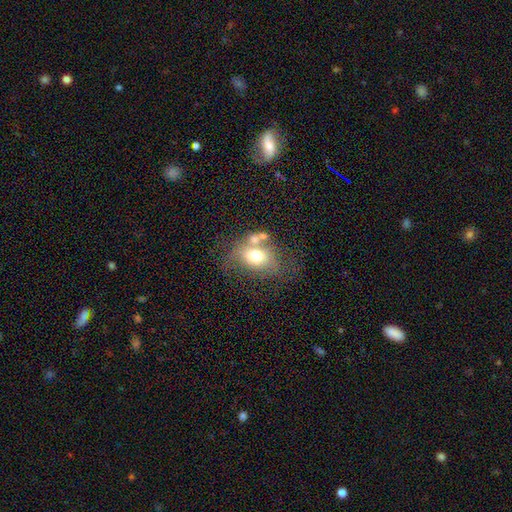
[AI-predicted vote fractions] Smooth or featured? smooth (61%)
How rounded? in between (65%)
Merging? merger (34%, tied with none)